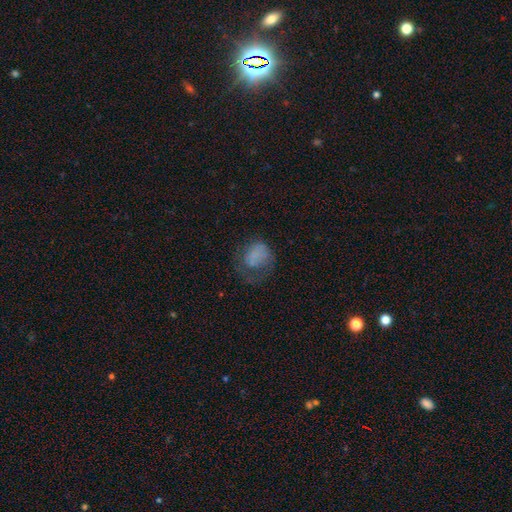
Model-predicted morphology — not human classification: This is likely a smooth galaxy (62%). How rounded: possibly round (50%). Merging: marginally major disturbance (44%).